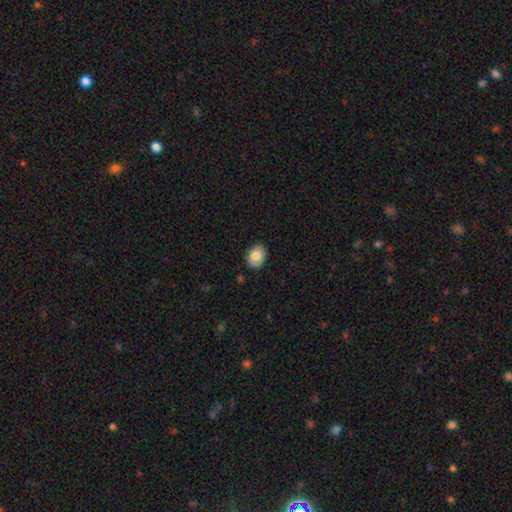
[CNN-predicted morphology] A smooth galaxy with no disk features (83%) that is in between round and cigar-shaped (77%). Merging: none (86%).